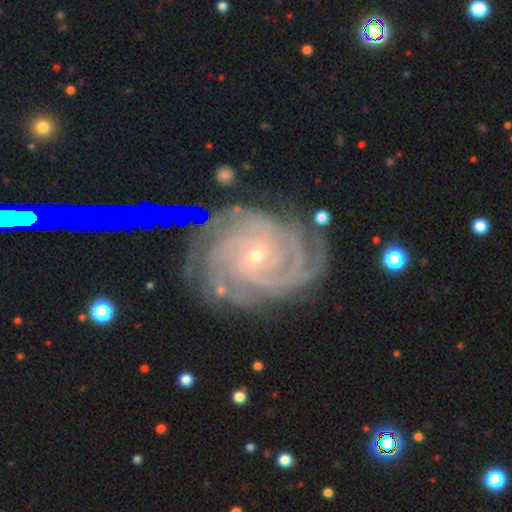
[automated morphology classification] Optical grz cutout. It shows a featured or disk galaxy (90%) with no bar (53%), 4 (29%) tight (78%) spiral arms (98%) and a small central bulge (74%). Merging: none (72%).